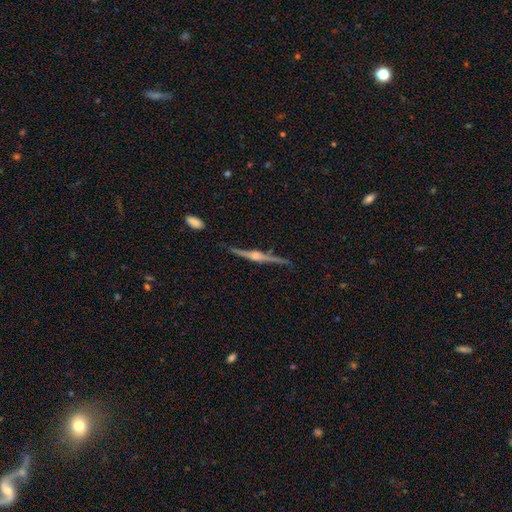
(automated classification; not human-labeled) smooth-or-featured: featured or disk: 86% | smooth: 8% | star or artifact: 6%
  disk-edge-on: yes: 98% | no: 2%
    edge-on-bulge: rounded: 87% | boxy: 8% | none: 5%
  merging: none: 86% | minor disturbance: 10% | major disturbance: 2% | merger: 2%